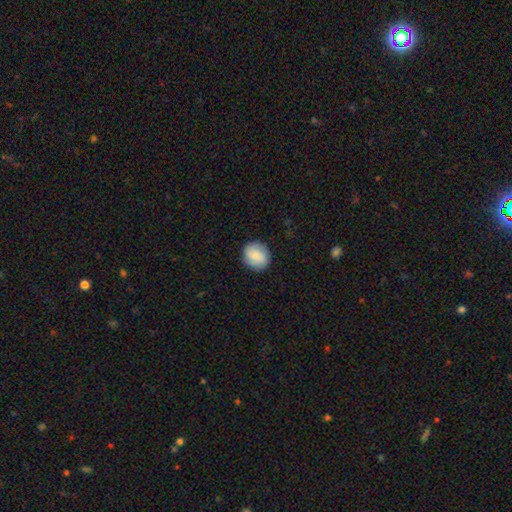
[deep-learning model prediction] Morphology: type=smooth (78%); roundness=round (79%); merging=none (87%).